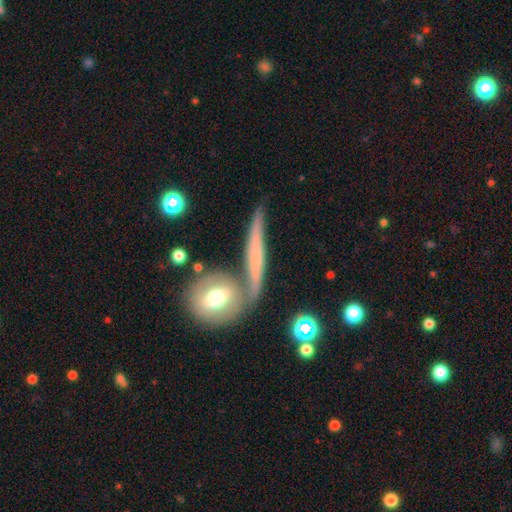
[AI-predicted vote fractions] featured or disk 51%, smooth 41%, star or artifact 8%. Down the decision tree: edge-on disk — yes (82%); merging — none (67%).